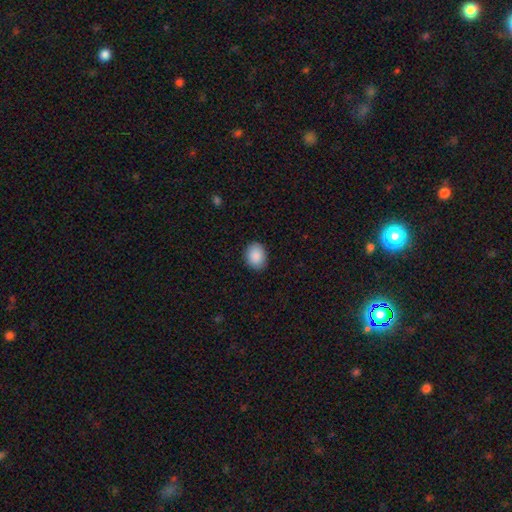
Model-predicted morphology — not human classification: This appears to be a smooth galaxy with no disk features (90%) that is in between round and cigar-shaped (59%). Merging: none (88%).